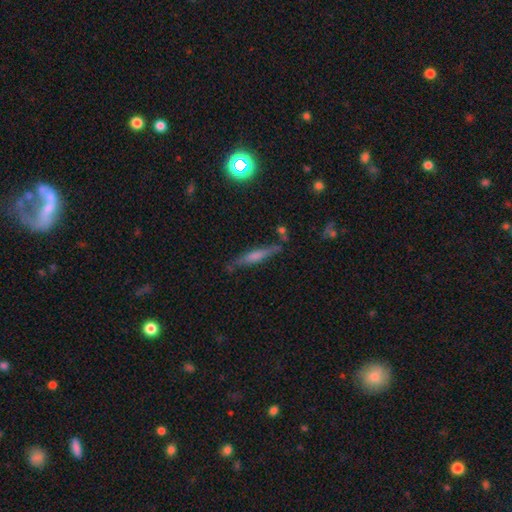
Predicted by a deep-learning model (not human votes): A smooth galaxy with no disk features (47%).

Vote fractions:
- Smooth or featured? smooth: 47% / featured or disk: 43% / star or artifact: 10%
- Merging? none: 77% / minor disturbance: 16% / merger: 4% / major disturbance: 4%